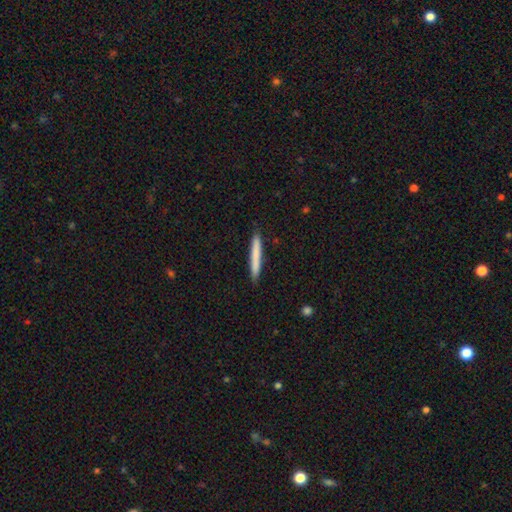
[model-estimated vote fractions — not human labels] A smooth galaxy with no disk features (75%) that is cigar-shaped (96%).

Vote fractions:
- Smooth or featured? smooth: 75% / featured or disk: 19% / star or artifact: 6%
- How rounded? cigar-shaped: 96% / in between: 2% / round: 1%
- Merging? none: 91% / minor disturbance: 7% / major disturbance: 1% / merger: 1%